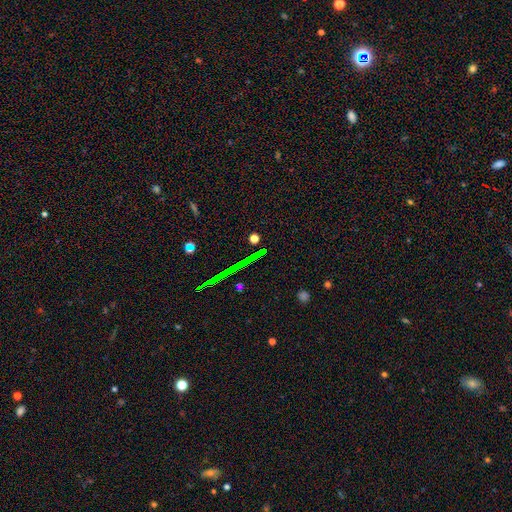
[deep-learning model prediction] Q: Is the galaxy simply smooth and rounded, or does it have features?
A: star or artifact — 62%.